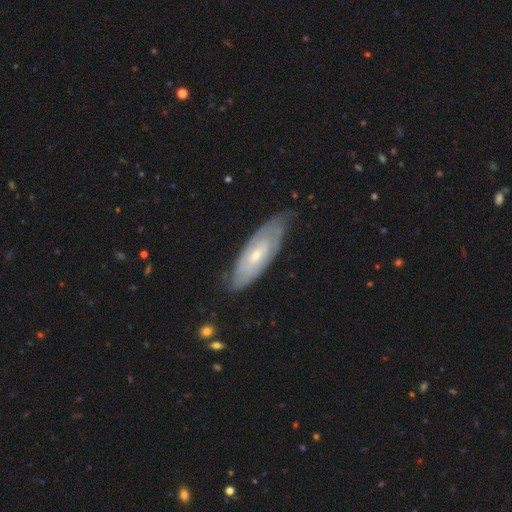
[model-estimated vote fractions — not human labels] featured or disk 70%, smooth 23%, star or artifact 6%. Down the decision tree: edge-on disk — no (81%); bar — no (61%); spiral arms — yes (81%); bulge size — small (61%); merging — none (69%).